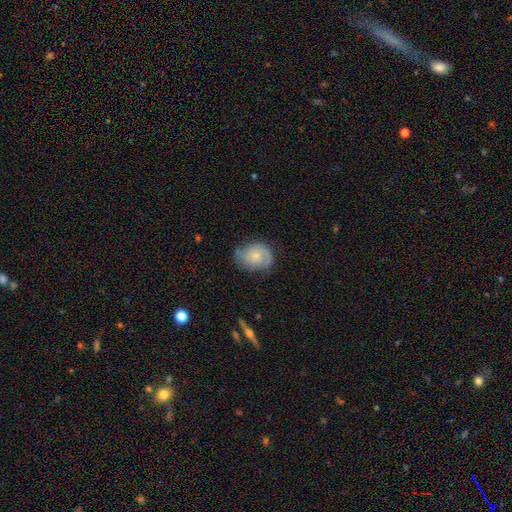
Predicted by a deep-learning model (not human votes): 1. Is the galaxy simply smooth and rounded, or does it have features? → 59% featured or disk, 33% smooth, 8% star or artifact.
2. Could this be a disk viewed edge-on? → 97% no, 3% yes.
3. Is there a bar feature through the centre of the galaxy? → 73% no, 24% weak, 3% strong.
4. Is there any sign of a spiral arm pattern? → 89% yes, 11% no.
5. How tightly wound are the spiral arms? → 41% tight (tied), 41% medium (tied), 19% loose.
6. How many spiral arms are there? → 62% 2, 18% can't tell, 10% 1, 6% 3, 2% 4, 2% more than 4.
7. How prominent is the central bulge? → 52% small, 32% moderate, 11% none, 4% large, 1% dominant.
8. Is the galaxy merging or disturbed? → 63% none, 26% minor disturbance, 10% major disturbance, 2% merger.